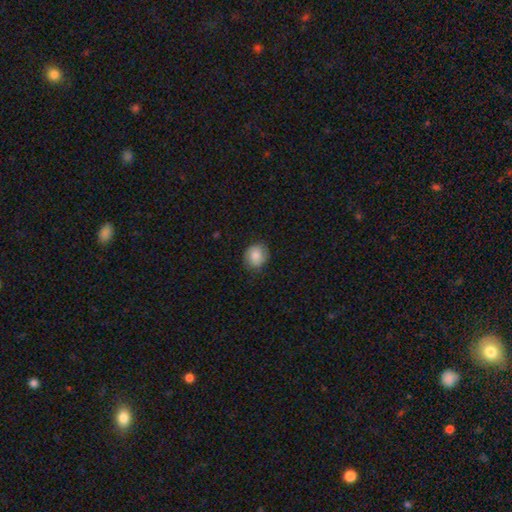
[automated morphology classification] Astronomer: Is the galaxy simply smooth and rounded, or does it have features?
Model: smooth — 75%.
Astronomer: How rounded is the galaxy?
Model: round — 73%.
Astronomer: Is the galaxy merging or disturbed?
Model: none — 80%.